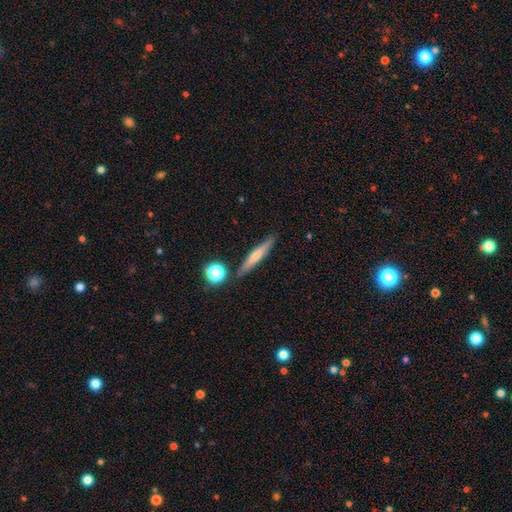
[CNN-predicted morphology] A featured or disk galaxy (49%). Merging: none (87%).